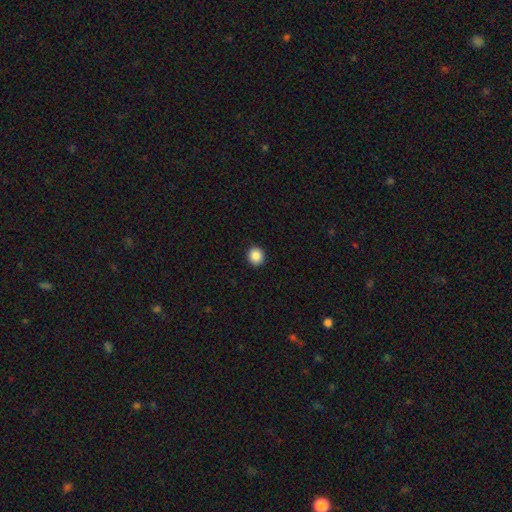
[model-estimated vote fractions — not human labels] Morphology: type=smooth (88%); roundness=round (89%); merging=none (92%).